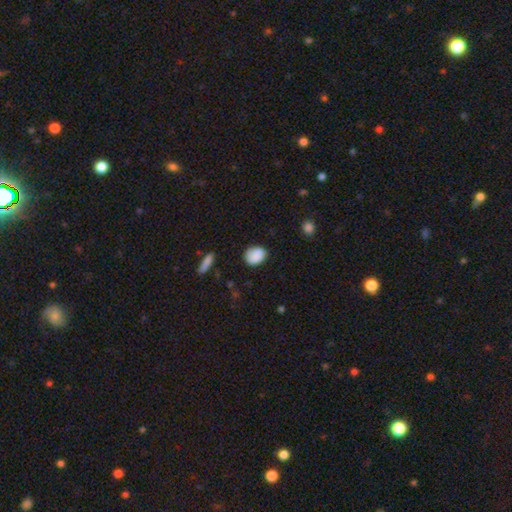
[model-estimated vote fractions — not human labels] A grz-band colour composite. It shows a smooth galaxy with no disk features (87%) that is in between round and cigar-shaped (52%). Merging: none (78%).